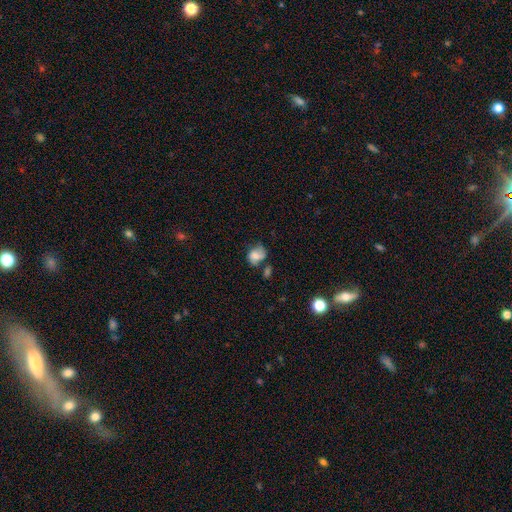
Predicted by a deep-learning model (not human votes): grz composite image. It shows a smooth galaxy with no disk features (63%) that is in between round and cigar-shaped (52%). Merging: none (36%).